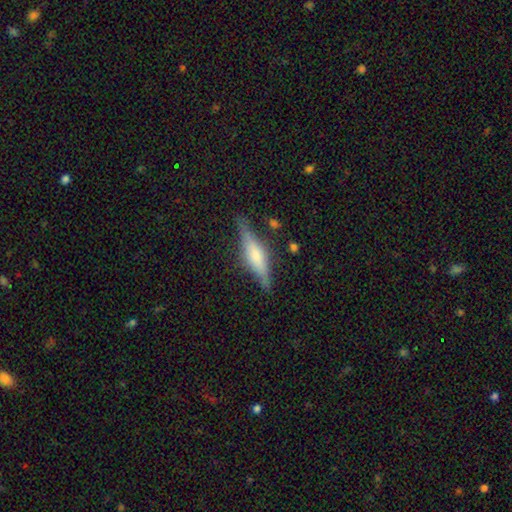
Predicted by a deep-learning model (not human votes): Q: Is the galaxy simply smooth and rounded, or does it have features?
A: featured or disk — 56%.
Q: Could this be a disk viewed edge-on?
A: yes — 93%.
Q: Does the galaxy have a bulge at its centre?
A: rounded — 64%.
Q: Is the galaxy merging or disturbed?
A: none — 78%.